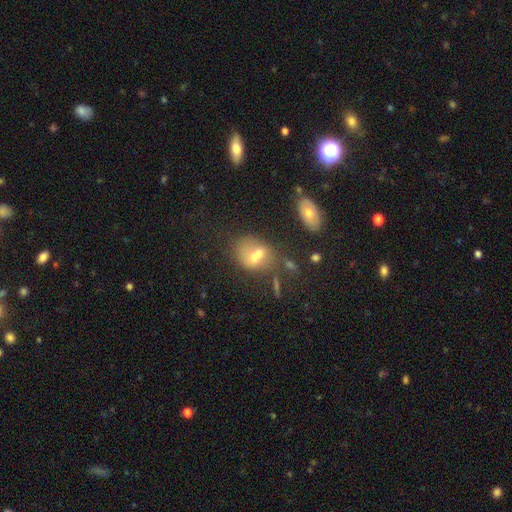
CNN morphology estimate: type=smooth (56%); roundness=in between (58%); merging=merger (50%).